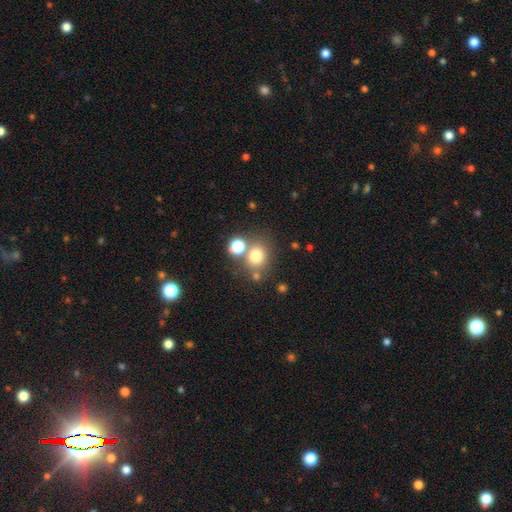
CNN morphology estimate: Smooth or featured? Predicted: smooth (p=0.74). How rounded? Predicted: round (p=0.79). Merging? Predicted: none (p=0.66).